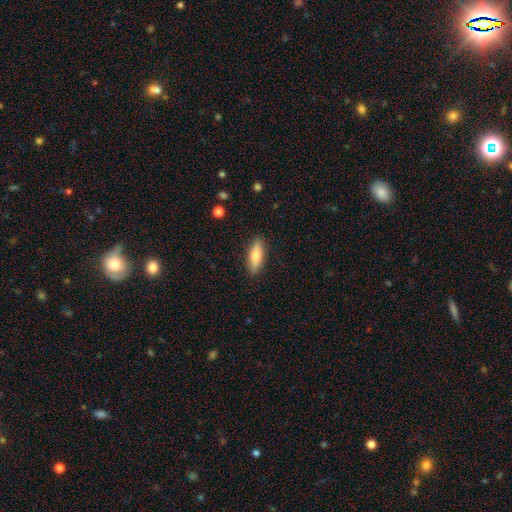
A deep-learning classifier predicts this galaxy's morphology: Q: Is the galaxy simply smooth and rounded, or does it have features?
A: smooth — 75%.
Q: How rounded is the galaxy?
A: cigar-shaped — 50%.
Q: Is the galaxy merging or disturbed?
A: none — 88%.